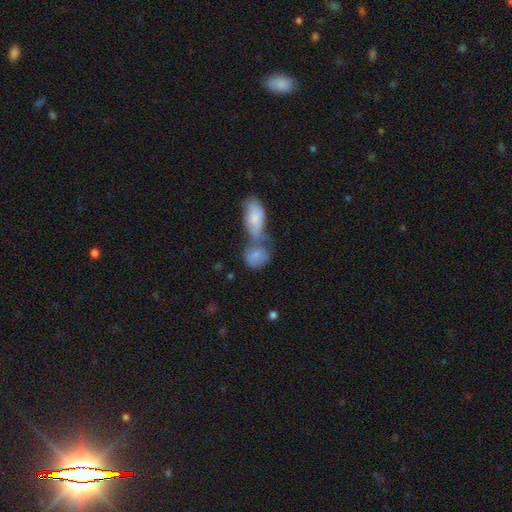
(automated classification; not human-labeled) Morphology: type=smooth (73%); roundness=in between (69%); merging=merger (59%).